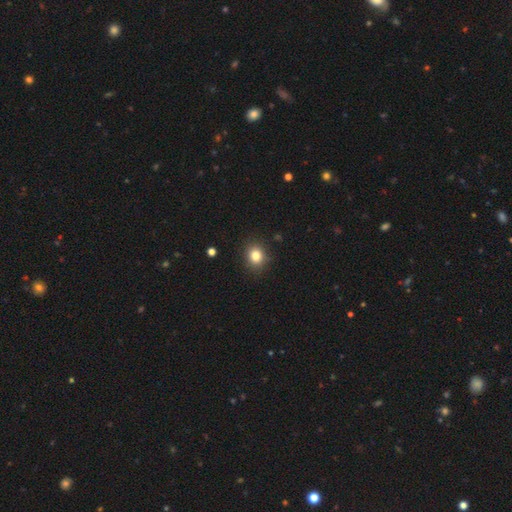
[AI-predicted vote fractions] The model was most divided on "how rounded": round: 70%, in between: 29%, cigar-shaped: 1%. More confident: merging — none (88%); smooth or featured — smooth (83%).